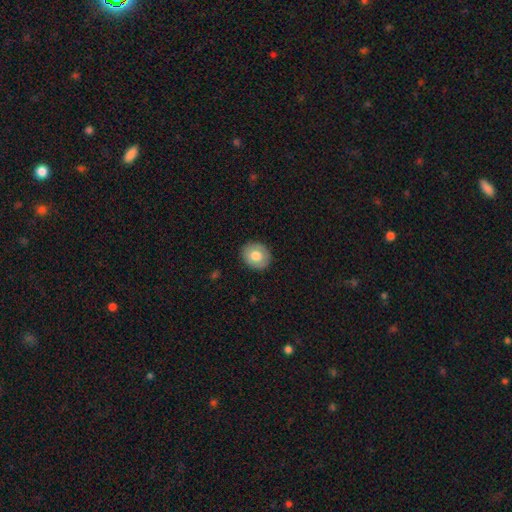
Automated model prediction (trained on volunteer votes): A smooth galaxy with no disk features (75%) that is round (71%). Merging: none (89%).